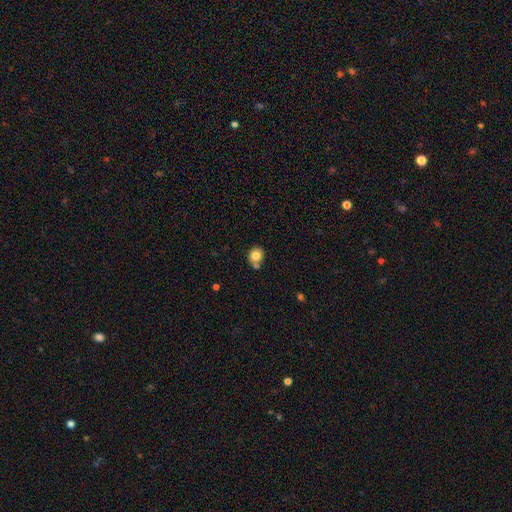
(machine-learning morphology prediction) This is clearly a smooth galaxy (81%). How rounded: clearly round (81%). Merging: likely none (61%).